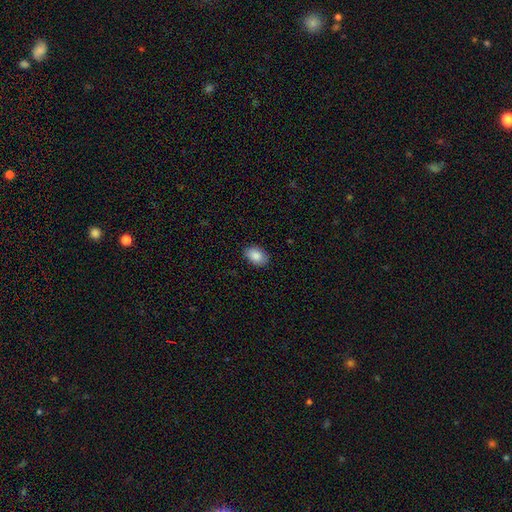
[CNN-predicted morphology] type=smooth (87%); roundness=in between (86%); merging=none (87%).